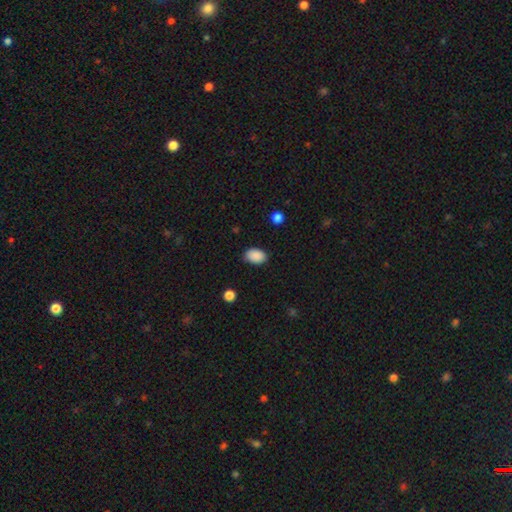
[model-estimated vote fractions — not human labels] smooth_or_featured: smooth (p=0.89) [alt: star or artifact p=0.08]
how_rounded: in between (p=0.86) [alt: round p=0.13]
merging: none (p=0.83) [alt: minor disturbance p=0.13]